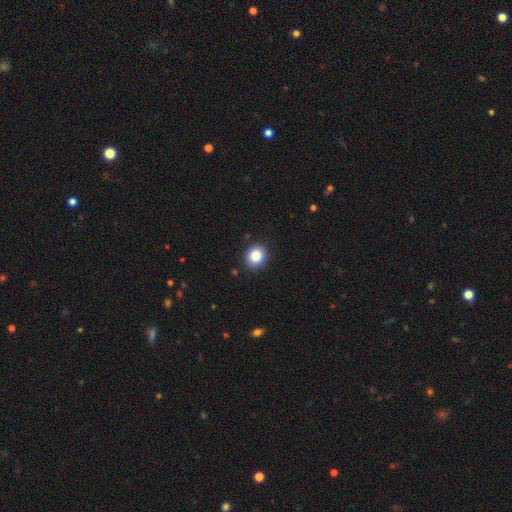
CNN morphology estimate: smooth 84%, star or artifact 10%, featured or disk 6%. Down the decision tree: how rounded — round (80%); merging — none (91%).